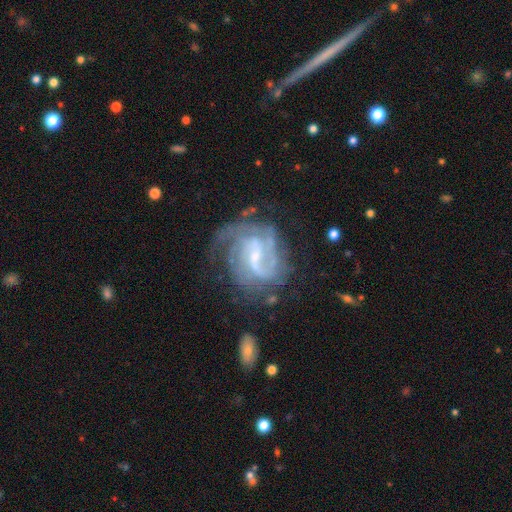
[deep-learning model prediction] Smooth or featured: featured or disk — 86% (smooth — 7%)
Edge-on disk: no — 98% (yes — 2%)
Bar: weak — 56% (no — 22%)
Spiral arms: yes — 94% (no — 6%)
Spiral winding: medium — 43% (tight — 41%)
Spiral arm count: 2 — 35% (can't tell — 26%)
Bulge size: small — 57% (moderate — 27%)
Merging: none — 56% (minor disturbance — 21%)